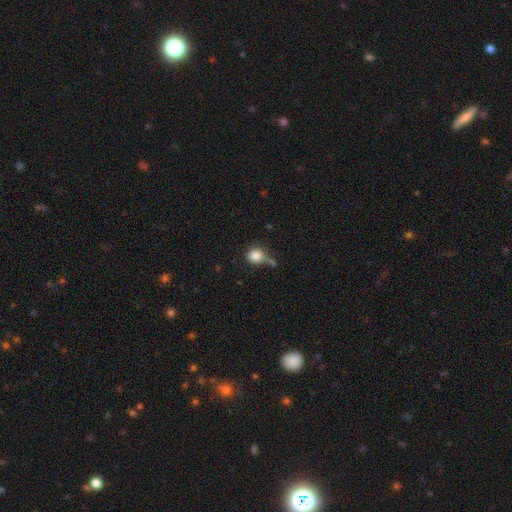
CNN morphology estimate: smooth_or_featured: smooth (p=0.84) [alt: star or artifact p=0.09]
how_rounded: round (p=0.82) [alt: in between p=0.17]
merging: none (p=0.47) [alt: minor disturbance p=0.21]